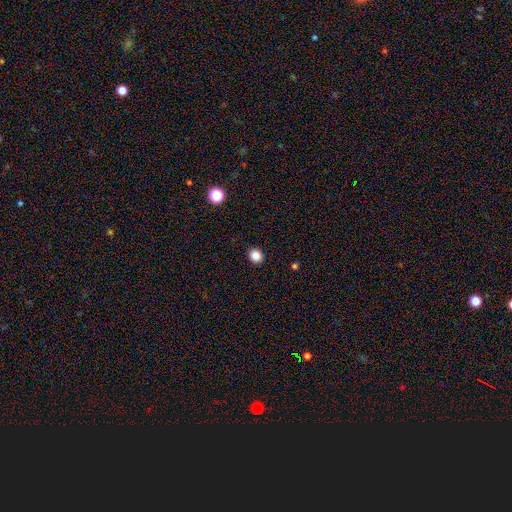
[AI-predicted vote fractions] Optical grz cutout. It shows a smooth galaxy with no disk features (86%) that is round (76%). Merging: none (92%).